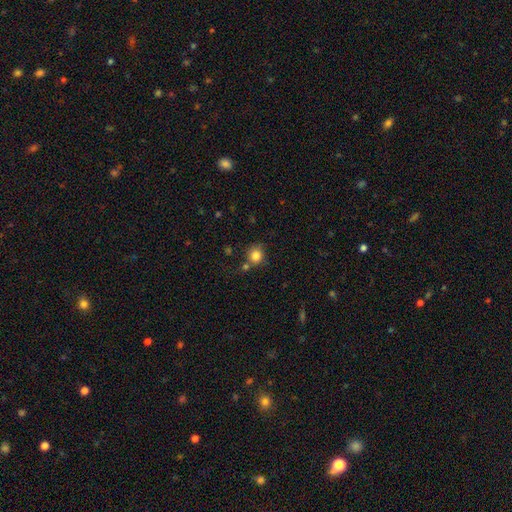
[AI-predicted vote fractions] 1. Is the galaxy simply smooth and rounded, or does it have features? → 83% smooth, 10% star or artifact, 6% featured or disk.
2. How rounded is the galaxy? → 84% round, 15% in between, 1% cigar-shaped.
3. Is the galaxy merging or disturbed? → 66% none, 15% minor disturbance, 14% merger, 5% major disturbance.